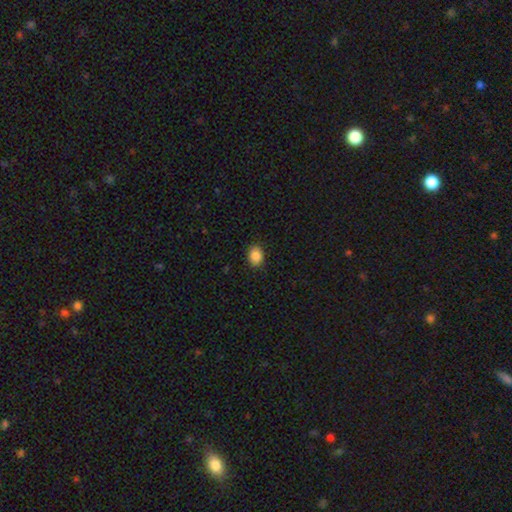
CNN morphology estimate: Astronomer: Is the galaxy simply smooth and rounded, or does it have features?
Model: smooth — 88%.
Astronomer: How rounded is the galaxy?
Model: in between — 67%.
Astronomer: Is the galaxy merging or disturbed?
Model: none — 86%.